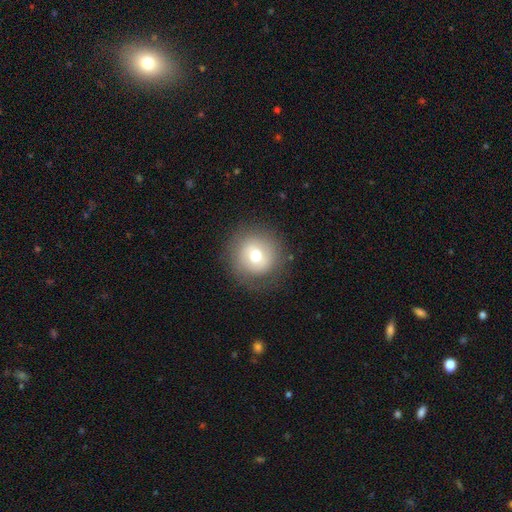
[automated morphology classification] The model was most divided on "smooth or featured": smooth: 62%, featured or disk: 27%, star or artifact: 11%. More confident: how rounded — round (94%); merging — none (82%).